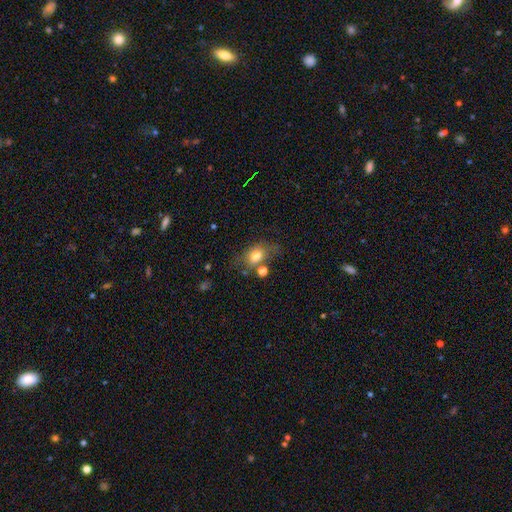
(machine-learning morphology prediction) The model was most divided on "how rounded": in between: 64%, round: 34%, cigar-shaped: 2%. More confident: smooth or featured — smooth (72%); merging — none (55%).